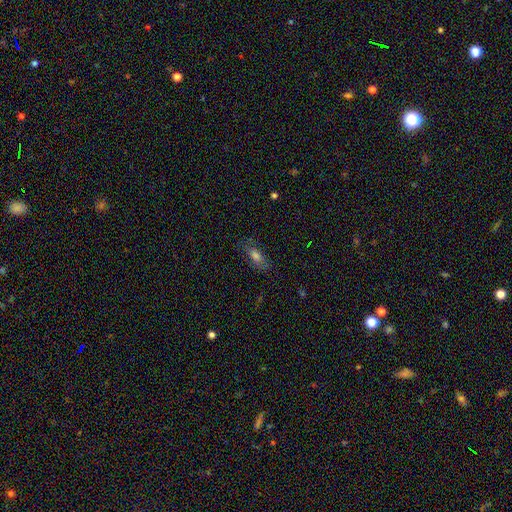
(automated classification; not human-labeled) Smooth or featured: smooth — 63% (featured or disk — 23%)
How rounded: in between — 74% (cigar-shaped — 21%)
Merging: none — 73% (minor disturbance — 18%)